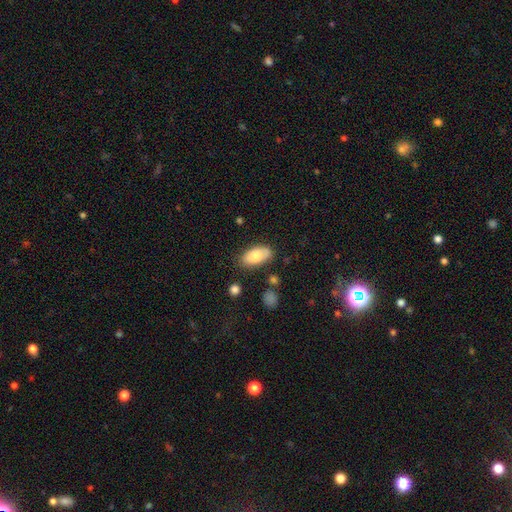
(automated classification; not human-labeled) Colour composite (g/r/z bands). It shows a smooth galaxy with no disk features (79%) that is in between round and cigar-shaped (93%). Merging: none (72%).